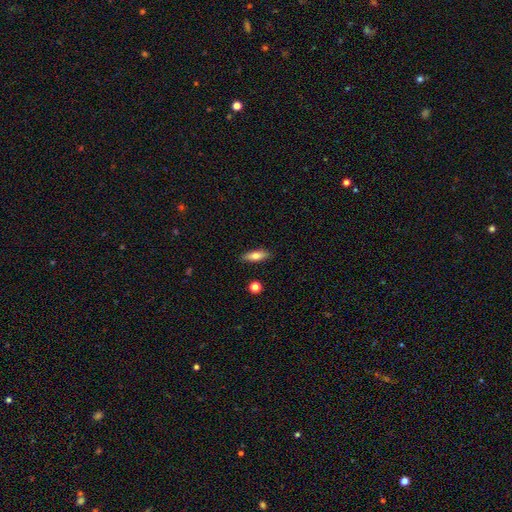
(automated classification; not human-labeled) Smooth or featured? Predicted: smooth (p=0.74). How rounded? Predicted: in between (p=0.52). Merging? Predicted: none (p=0.87).